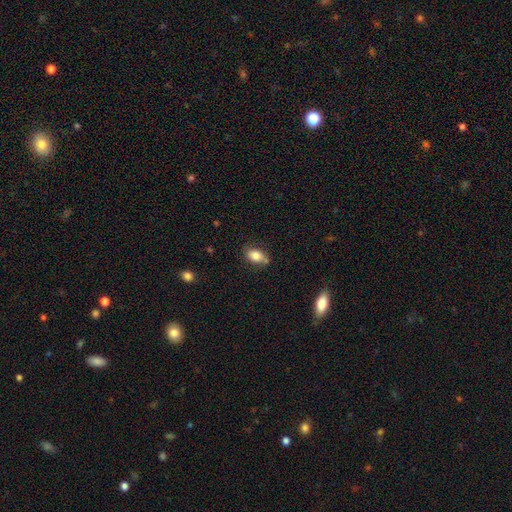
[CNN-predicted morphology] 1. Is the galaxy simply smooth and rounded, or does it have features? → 81% smooth, 11% featured or disk, 8% star or artifact.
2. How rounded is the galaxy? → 84% in between, 13% round, 3% cigar-shaped.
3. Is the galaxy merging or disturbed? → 61% none, 25% minor disturbance, 8% merger, 5% major disturbance.